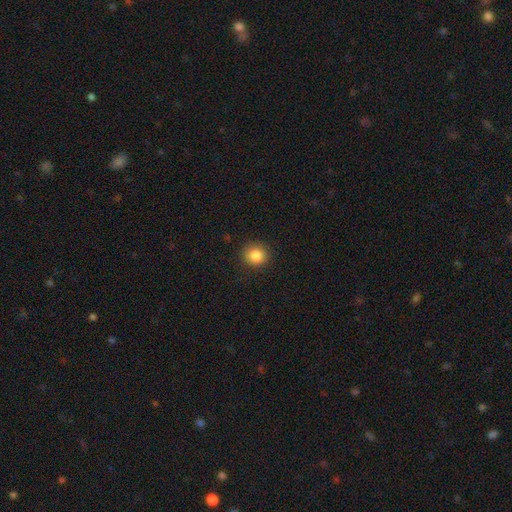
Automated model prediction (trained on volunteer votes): This is clearly a smooth galaxy (85%). How rounded: clearly round (87%). Merging: clearly none (90%).